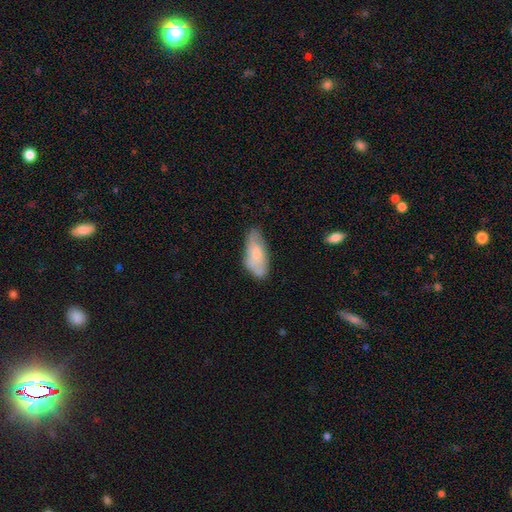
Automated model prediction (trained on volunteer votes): A smooth galaxy with no disk features (61%) that is in between round and cigar-shaped (86%). Merging: none (59%).